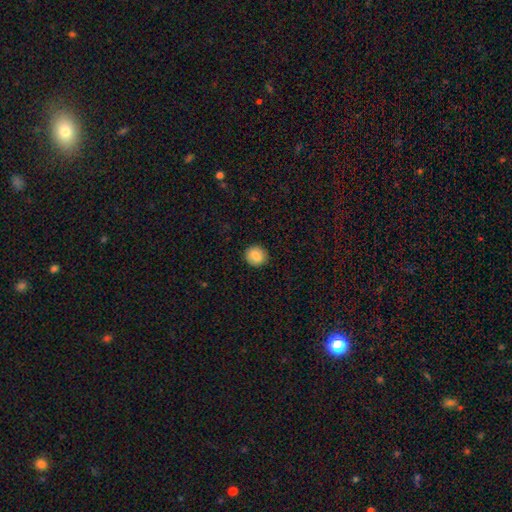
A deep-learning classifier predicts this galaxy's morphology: The model was most divided on "smooth or featured": smooth: 86%, star or artifact: 8%, featured or disk: 5%. More confident: merging — none (91%); how rounded — round (89%).